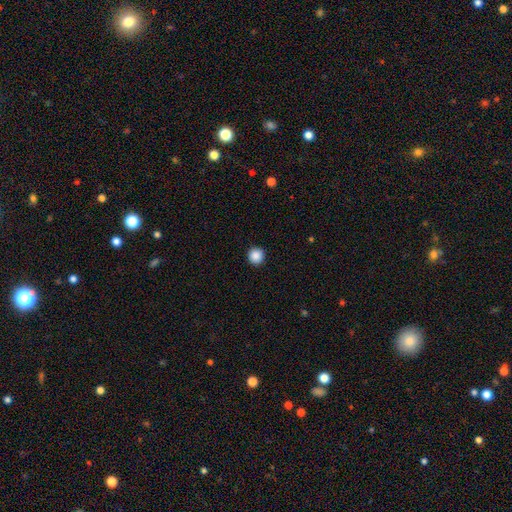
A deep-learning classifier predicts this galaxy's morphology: smooth-or-featured: smooth: 88% | star or artifact: 9% | featured or disk: 3%
  how-rounded: round: 95% | in between: 4% | cigar-shaped: 1%
  merging: none: 93% | minor disturbance: 4% | major disturbance: 2% | merger: 1%